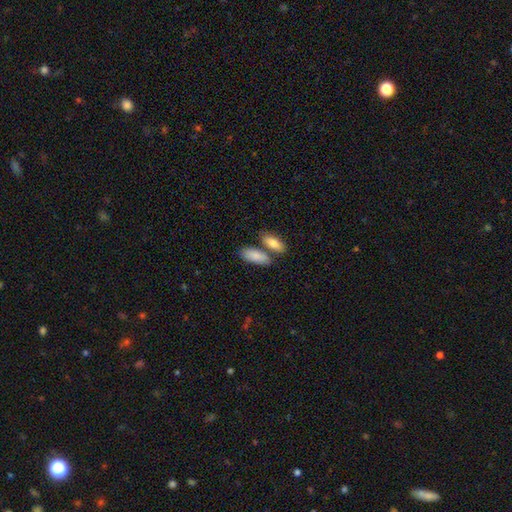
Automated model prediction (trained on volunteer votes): Smooth or featured? Predicted: smooth (p=0.86). How rounded? Predicted: in between (p=0.79). Merging? Predicted: none (p=0.58).